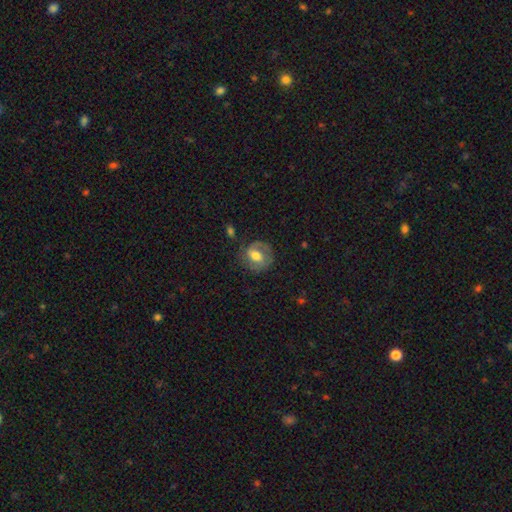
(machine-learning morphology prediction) A featured or disk galaxy (55%) with a weak bar (45%), spiral arms (74%) and a moderate central bulge (67%).

Vote fractions:
- Smooth or featured? featured or disk: 55% / smooth: 38% / star or artifact: 7%
- Edge-on disk? no: 96% / yes: 4%
- Bar? weak: 45% / no: 37% / strong: 18%
- Spiral arms? yes: 74% / no: 26%
- Bulge size? moderate: 67% / large: 16% / small: 14% / none: 2% / dominant: 1%
- Merging? none: 66% / minor disturbance: 20% / major disturbance: 12% / merger: 2%